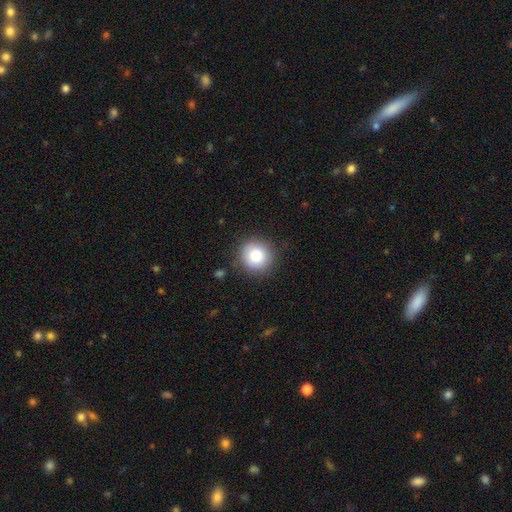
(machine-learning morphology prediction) Smooth or featured? Predicted: smooth (p=0.83). How rounded? Predicted: round (p=0.92). Merging? Predicted: none (p=0.86).